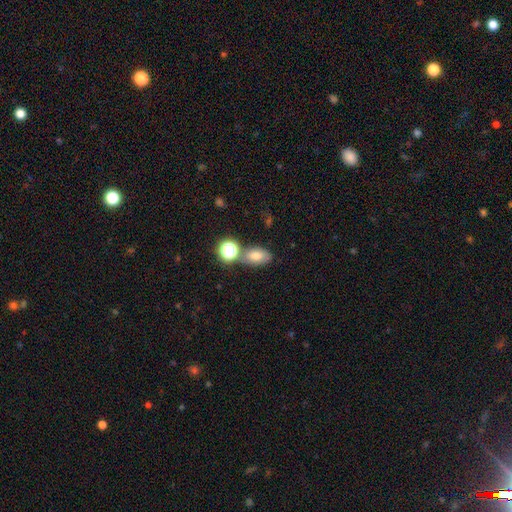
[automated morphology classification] Smooth or featured? smooth (65%)
How rounded? in between (79%)
Merging? none (65%)